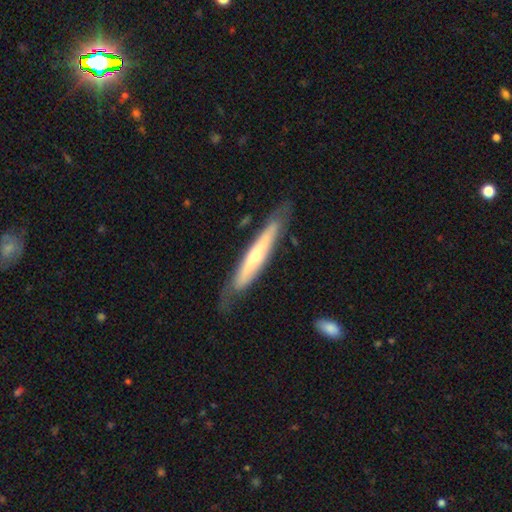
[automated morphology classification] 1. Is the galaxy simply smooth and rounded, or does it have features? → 66% featured or disk, 28% smooth, 6% star or artifact.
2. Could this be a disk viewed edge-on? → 78% yes, 22% no.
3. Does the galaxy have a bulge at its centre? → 74% rounded, 23% none, 3% boxy.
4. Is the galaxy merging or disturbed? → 76% none, 18% minor disturbance, 5% major disturbance, 1% merger.